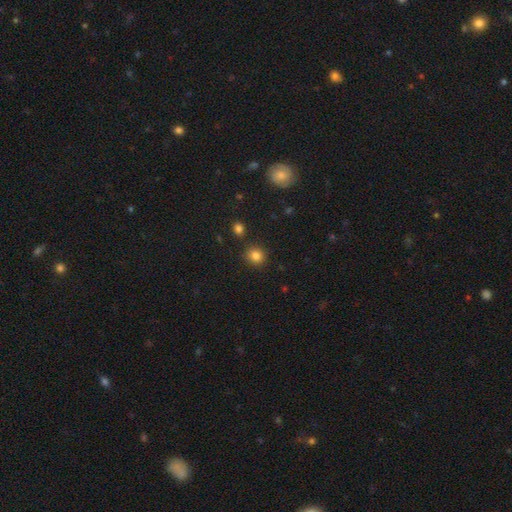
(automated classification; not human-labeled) The model was most divided on "how rounded": round: 84%, in between: 15%, cigar-shaped: 1%. More confident: merging — none (86%); smooth or featured — smooth (83%).